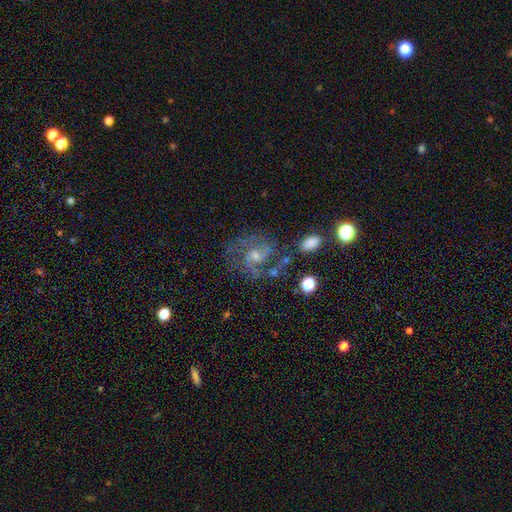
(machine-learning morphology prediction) A featured or disk galaxy (80%) with no bar (45%, tied with weak), 2 (65%) medium (53%) spiral arms (94%) and a small central bulge (53%). Merging: none (63%).